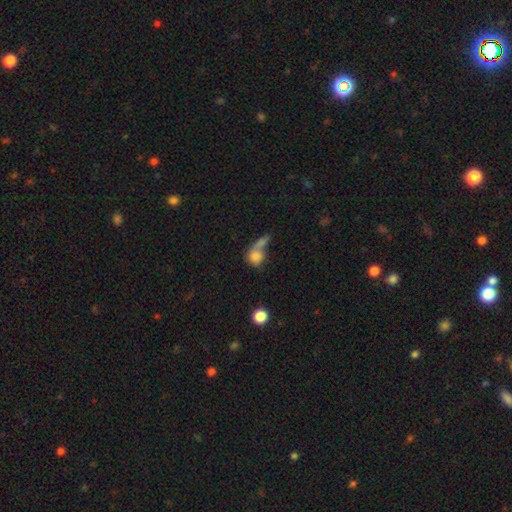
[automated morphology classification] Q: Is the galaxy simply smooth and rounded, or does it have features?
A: smooth — 76%.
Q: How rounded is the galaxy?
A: round — 67%.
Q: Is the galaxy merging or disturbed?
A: merger — 51%.